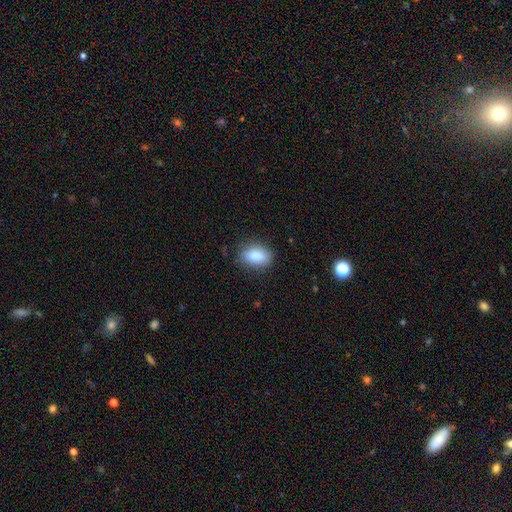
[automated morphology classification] type=smooth (86%); roundness=in between (87%); merging=none (80%).